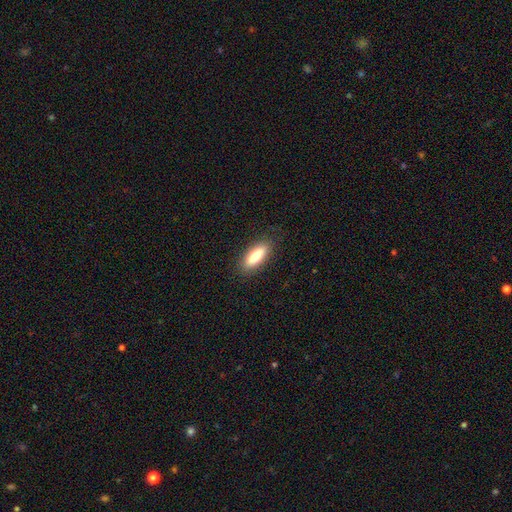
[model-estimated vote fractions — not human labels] Overall: smooth (76%). How rounded: in between (66%; cigar-shaped 31%). Merging: none (87%).